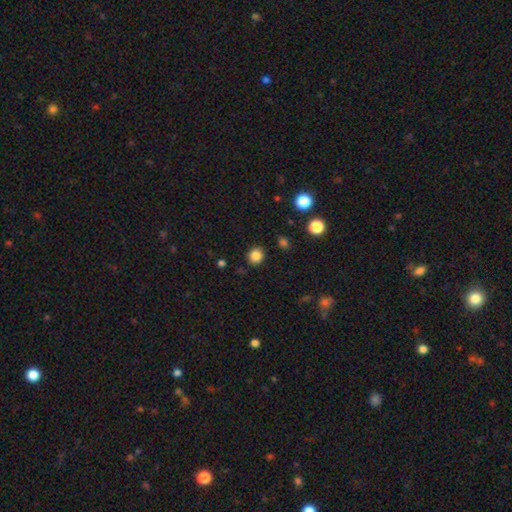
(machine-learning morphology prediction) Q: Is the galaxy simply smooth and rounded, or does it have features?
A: smooth — 84%.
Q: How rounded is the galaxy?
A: round — 86%.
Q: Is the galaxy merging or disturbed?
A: none — 90%.